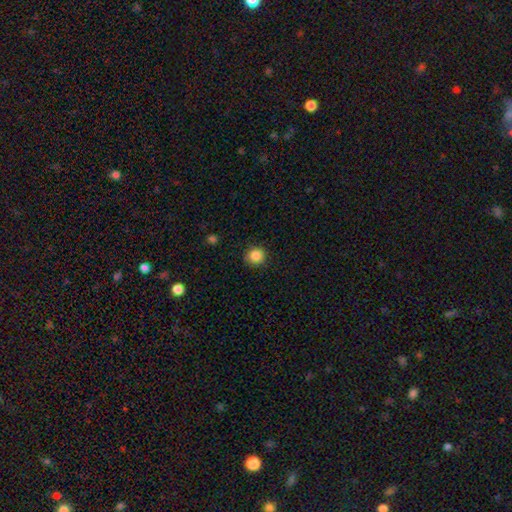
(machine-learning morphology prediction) Smooth or featured? Predicted: smooth (p=0.87). How rounded? Predicted: round (p=0.92). Merging? Predicted: none (p=0.87).